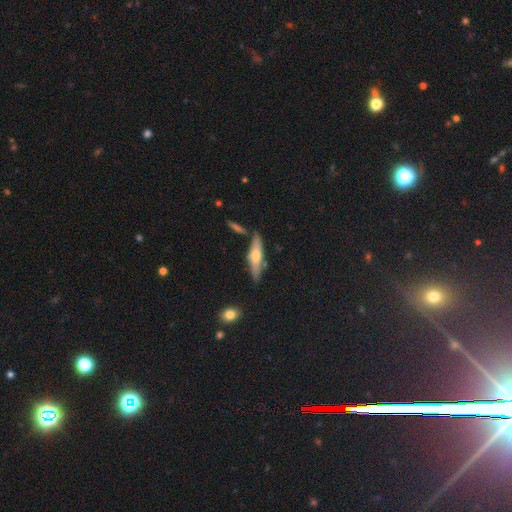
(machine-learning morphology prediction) This is possibly a smooth galaxy (49%). Merging: likely none (74%).